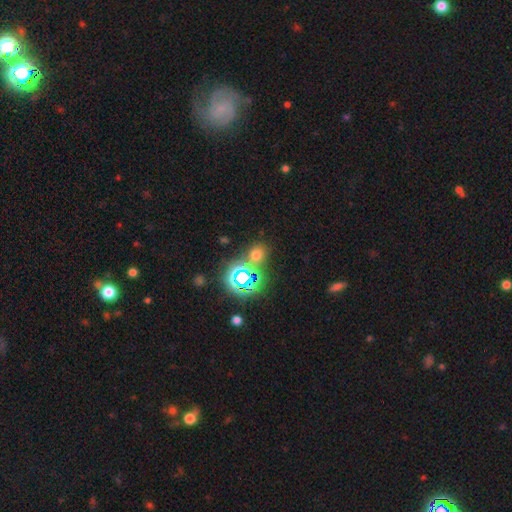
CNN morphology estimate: Smooth or featured?
  - smooth: 55% *
  - star or artifact: 38%
  - featured or disk: 7%
How rounded?
  - round: 74% *
  - in between: 24%
  - cigar-shaped: 1%
Merging?
  - none: 72% *
  - merger: 14%
  - minor disturbance: 9%
  - major disturbance: 4%